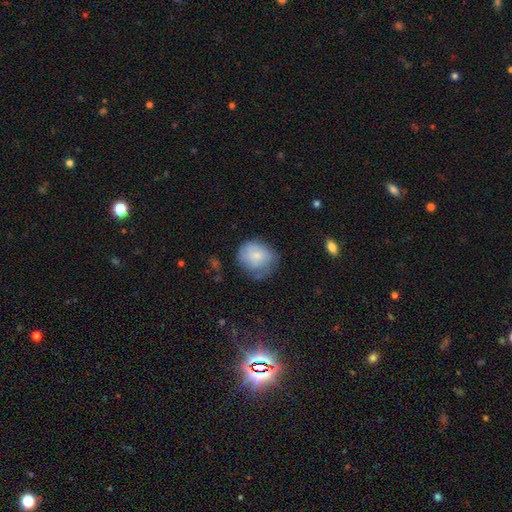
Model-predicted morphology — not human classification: Q: Smooth or featured?
A: smooth (66%); runner-up: featured or disk (26%)
Q: How rounded?
A: round (75%); runner-up: in between (24%)
Q: Merging?
A: none (50%); runner-up: minor disturbance (33%)